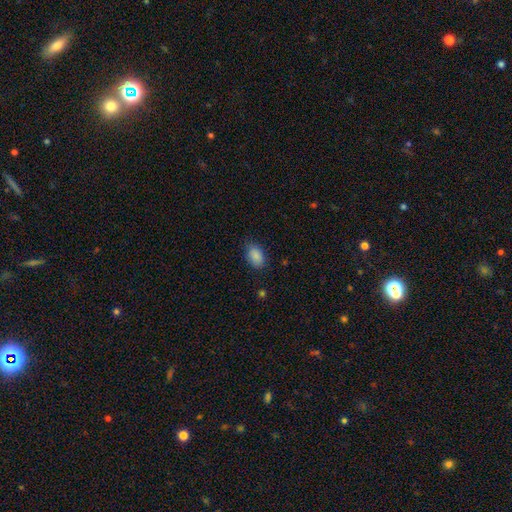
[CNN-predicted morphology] A smooth galaxy with no disk features (88%) that is in between round and cigar-shaped (87%). Merging: none (79%).